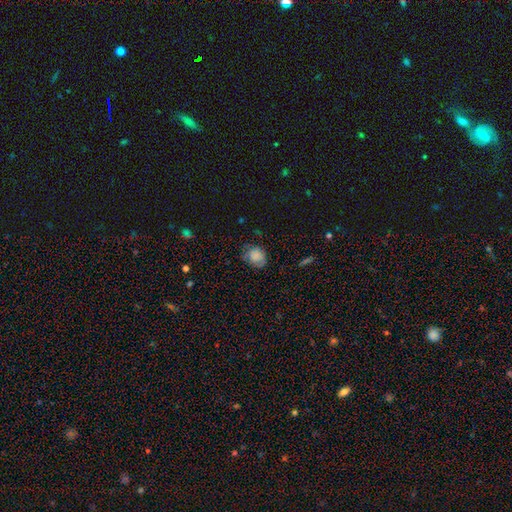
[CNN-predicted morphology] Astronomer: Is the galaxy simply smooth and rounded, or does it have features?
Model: smooth — 74%.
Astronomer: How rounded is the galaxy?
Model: round — 56% (runner-up: in between, 43%).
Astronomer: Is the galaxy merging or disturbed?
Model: none — 58%.